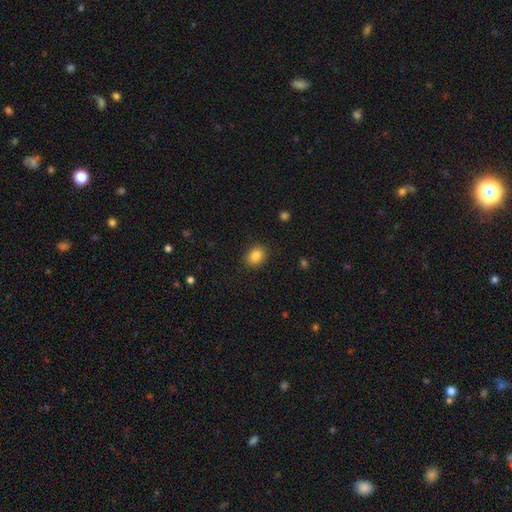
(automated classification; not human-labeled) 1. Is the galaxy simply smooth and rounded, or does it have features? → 86% smooth, 9% star or artifact, 5% featured or disk.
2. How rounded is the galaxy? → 52% in between, 47% round, 1% cigar-shaped.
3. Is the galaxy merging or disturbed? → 89% none, 8% minor disturbance, 2% major disturbance, 1% merger.